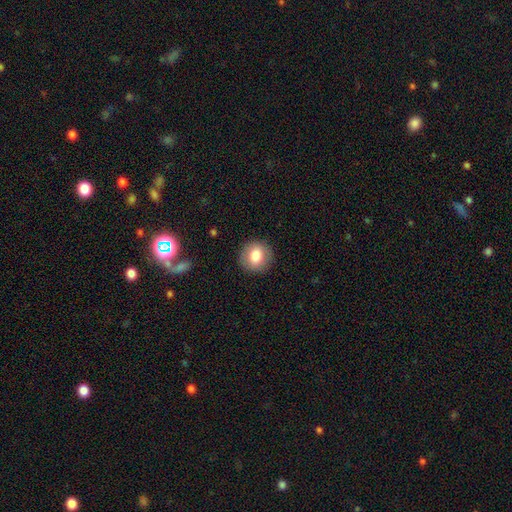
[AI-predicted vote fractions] smooth-or-featured: smooth: 80% | featured or disk: 12% | star or artifact: 8%
  how-rounded: round: 88% | in between: 11% | cigar-shaped: 1%
  merging: none: 89% | minor disturbance: 7% | major disturbance: 2% | merger: 1%